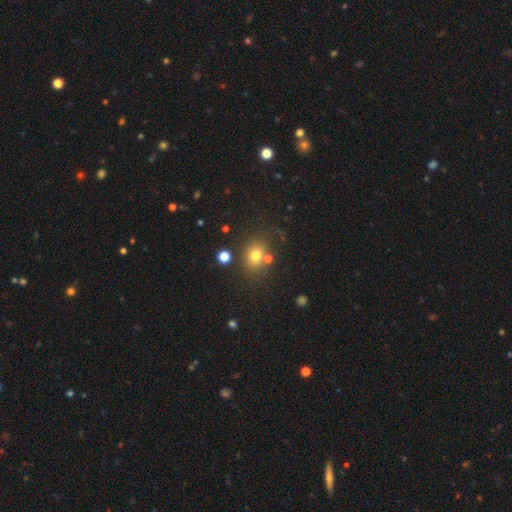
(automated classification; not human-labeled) The model was most divided on "how rounded": round: 64%, in between: 35%, cigar-shaped: 1%. More confident: smooth or featured — smooth (73%); merging — none (72%).